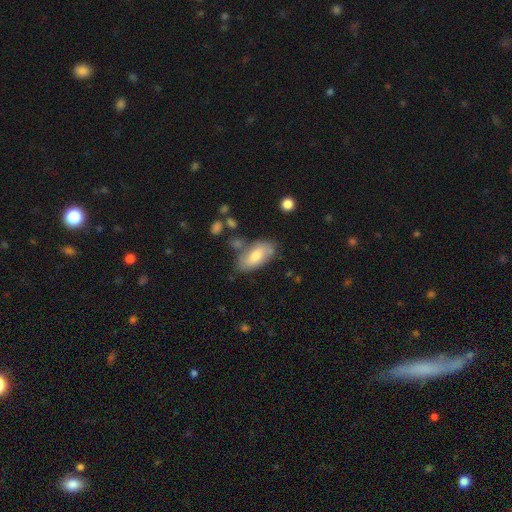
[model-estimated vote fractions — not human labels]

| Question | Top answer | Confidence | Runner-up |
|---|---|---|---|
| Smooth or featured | smooth | 71% | featured or disk (22%) |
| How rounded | in between | 89% | cigar-shaped (8%) |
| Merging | none | 69% | minor disturbance (19%) |